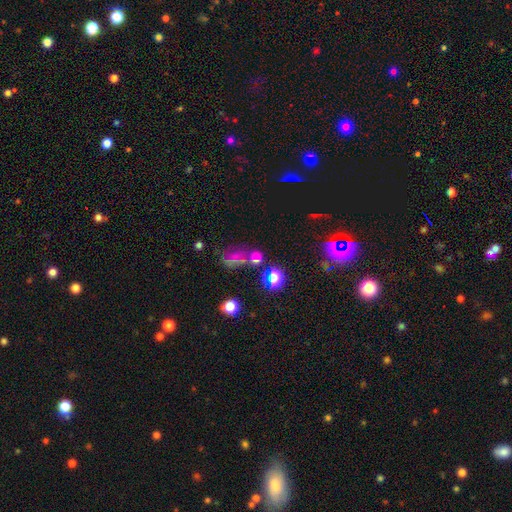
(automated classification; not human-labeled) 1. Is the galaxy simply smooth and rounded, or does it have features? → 45% star or artifact, 36% smooth, 18% featured or disk.